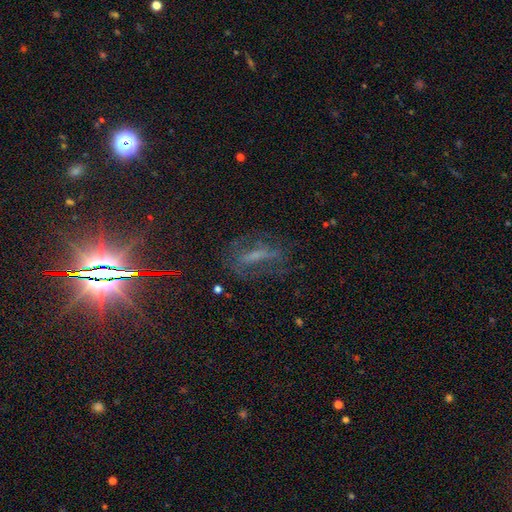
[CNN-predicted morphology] Q: Smooth or featured?
A: featured or disk (42%); runner-up: star or artifact (33%)
Q: Merging?
A: none (59%); runner-up: major disturbance (20%)